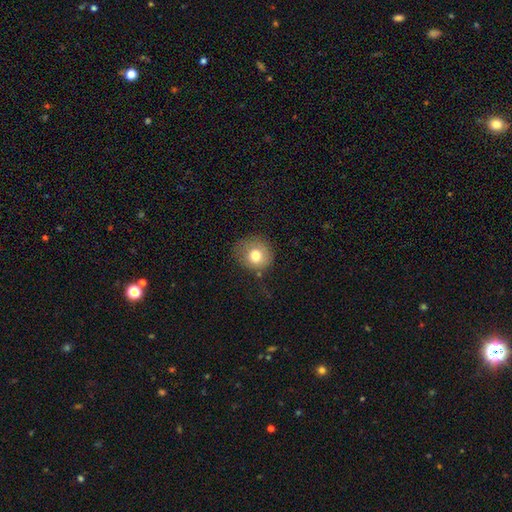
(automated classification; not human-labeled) Smooth or featured? Predicted: smooth (p=0.76). How rounded? Predicted: round (p=0.85). Merging? Predicted: none (p=0.63).